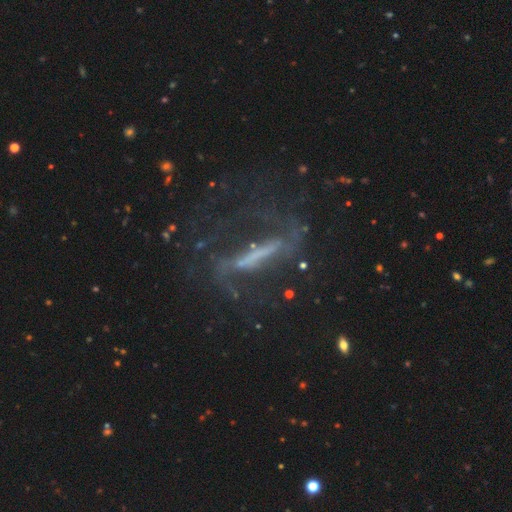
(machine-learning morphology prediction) Smooth or featured: featured or disk — 74% (star or artifact — 14%)
Edge-on disk: no — 63% (yes — 37%)
Merging: none — 56% (major disturbance — 24%)